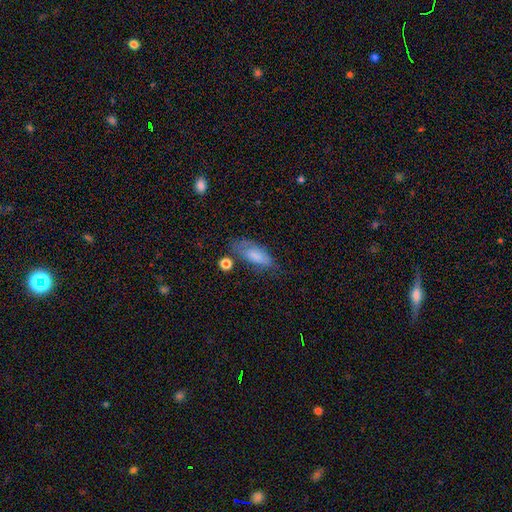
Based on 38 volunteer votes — This is clearly a smooth galaxy (82%). How rounded: clearly in between (100%). Merging: possibly none (47%).